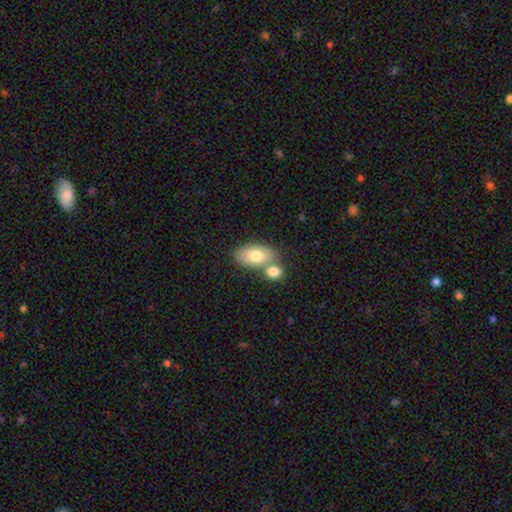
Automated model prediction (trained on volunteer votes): smooth-or-featured: smooth: 75% | featured or disk: 18% | star or artifact: 7%
  how-rounded: in between: 90% | round: 7% | cigar-shaped: 3%
  merging: none: 49% | merger: 38% | minor disturbance: 10% | major disturbance: 3%